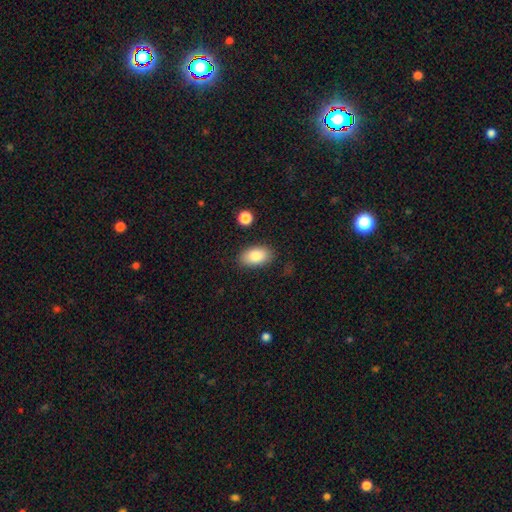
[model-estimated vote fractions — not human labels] Smooth or featured? smooth (85%)
How rounded? in between (93%)
Merging? none (85%)